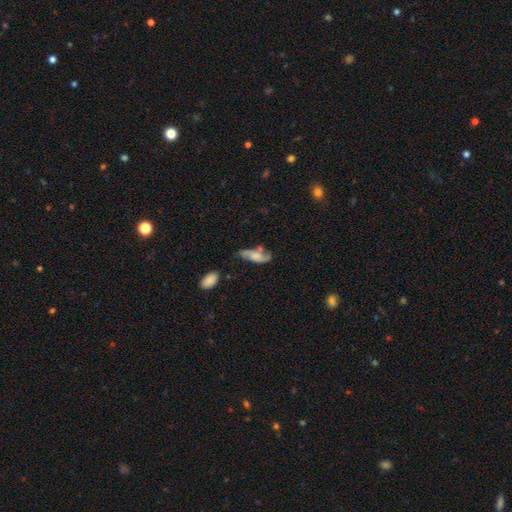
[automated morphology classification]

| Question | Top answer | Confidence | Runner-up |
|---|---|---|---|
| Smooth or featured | featured or disk | 47% | smooth (44%) |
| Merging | none | 45% | minor disturbance (28%) |